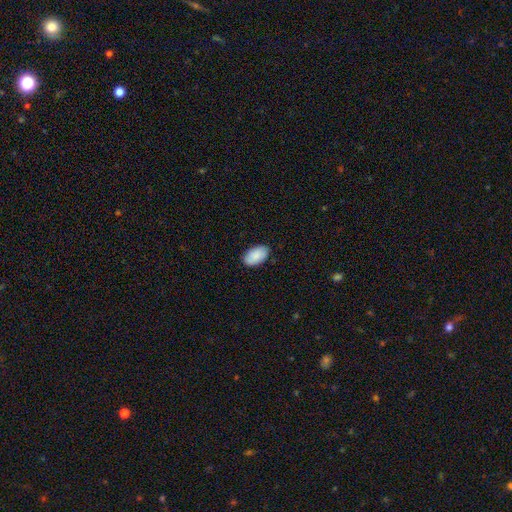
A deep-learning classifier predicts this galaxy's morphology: Smooth or featured?
  - smooth: 88% *
  - star or artifact: 6%
  - featured or disk: 6%
How rounded?
  - in between: 95% *
  - round: 4%
  - cigar-shaped: 1%
Merging?
  - none: 86% *
  - minor disturbance: 11%
  - major disturbance: 2%
  - merger: 1%